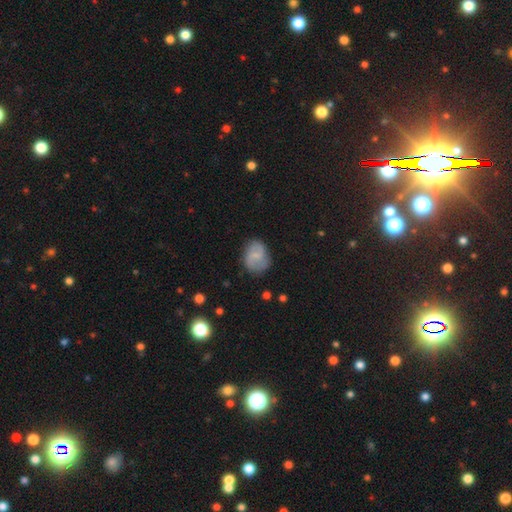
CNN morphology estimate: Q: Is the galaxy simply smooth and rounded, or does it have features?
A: smooth — 47%.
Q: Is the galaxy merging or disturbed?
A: none — 72%.